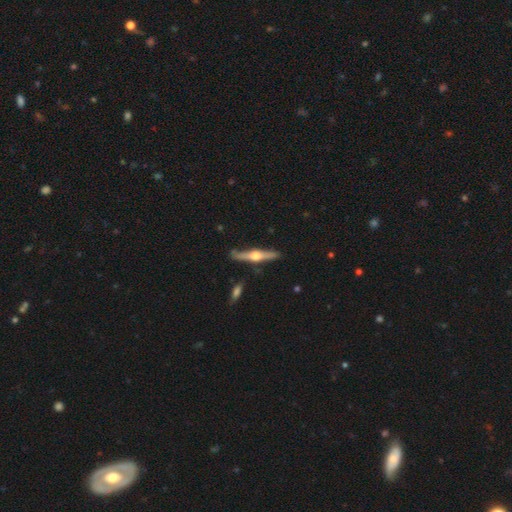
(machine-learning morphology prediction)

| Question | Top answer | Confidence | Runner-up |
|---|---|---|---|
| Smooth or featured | featured or disk | 74% | smooth (21%) |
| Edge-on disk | yes | 97% | no (3%) |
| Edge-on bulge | rounded | 95% | boxy (3%) |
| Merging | none | 85% | minor disturbance (10%) |